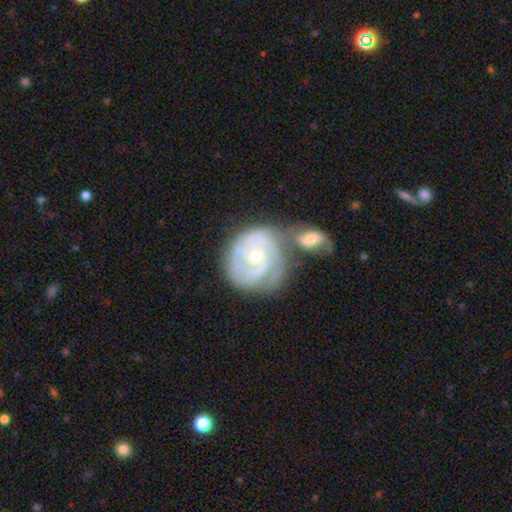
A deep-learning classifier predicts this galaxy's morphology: smooth-or-featured: featured or disk: 85% | smooth: 10% | star or artifact: 4%
  disk-edge-on: no: 98% | yes: 2%
    bar: no: 72% | weak: 23% | strong: 5%
    has-spiral-arms: yes: 95% | no: 5%
      spiral-winding: tight: 73% | medium: 22% | loose: 5%
      spiral-arm-count: 2: 37% | 3: 24% | can't tell: 24% | 1: 6% | 4: 6% | more than 4: 4%
    bulge-size: small: 55% | moderate: 42% | large: 1% | none: 1% | dominant: 1%
  merging: merger: 39% | none: 36% | minor disturbance: 16% | major disturbance: 8%